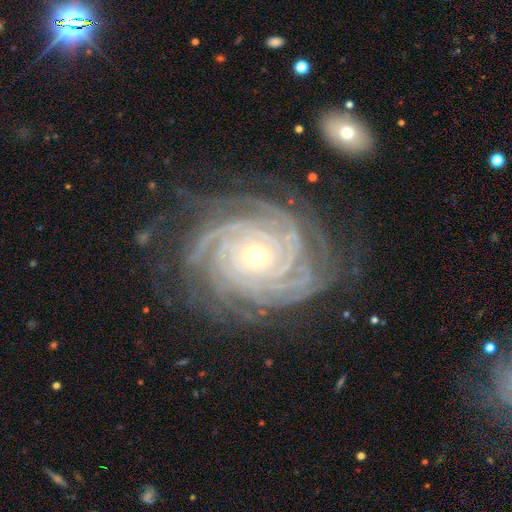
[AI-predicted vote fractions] Smooth or featured? featured or disk (93%)
Edge-on disk? no (97%)
Bar? no (67%)
Spiral arms? yes (99%)
Spiral winding? tight (88%)
Spiral arm count? more than 4 (37%)
Bulge size? moderate (50%)
Merging? none (79%)